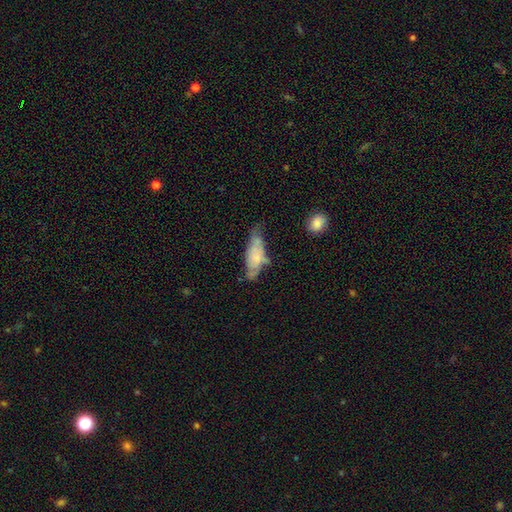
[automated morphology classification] Q: Smooth or featured?
A: smooth (55%); runner-up: featured or disk (38%)
Q: How rounded?
A: in between (69%); runner-up: cigar-shaped (29%)
Q: Merging?
A: minor disturbance (35%); tied with: none (35%)